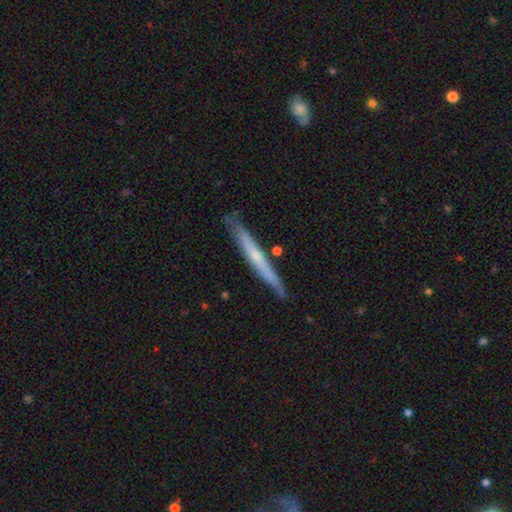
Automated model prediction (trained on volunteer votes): A featured or disk galaxy (51%) viewed edge-on (95%). Merging: none (83%).